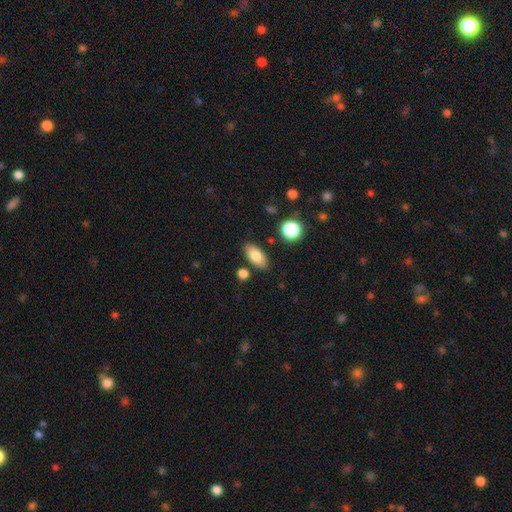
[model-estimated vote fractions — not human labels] The model was most divided on "smooth or featured": smooth: 80%, featured or disk: 12%, star or artifact: 8%. More confident: how rounded — in between (88%); merging — none (84%).